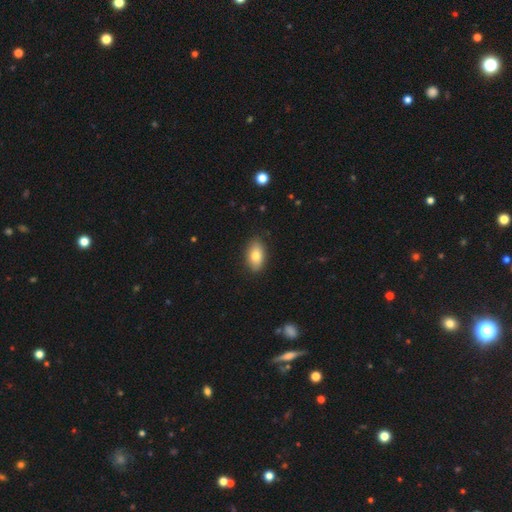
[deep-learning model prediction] Q: Smooth or featured?
A: smooth (78%); runner-up: featured or disk (14%)
Q: How rounded?
A: in between (90%); runner-up: round (6%)
Q: Merging?
A: none (87%); runner-up: minor disturbance (10%)